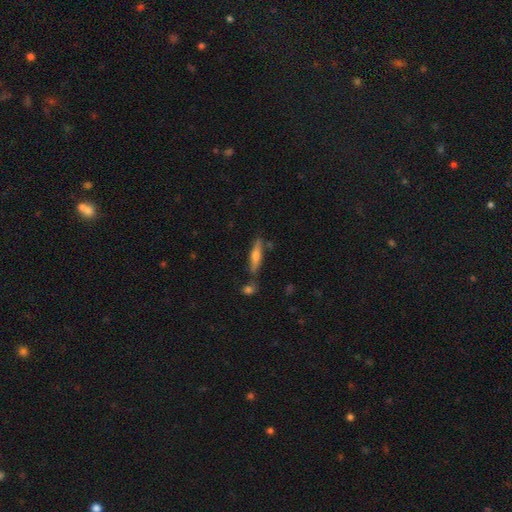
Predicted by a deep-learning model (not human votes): Smooth or featured? smooth (52%)
How rounded? cigar-shaped (81%)
Merging? none (75%)